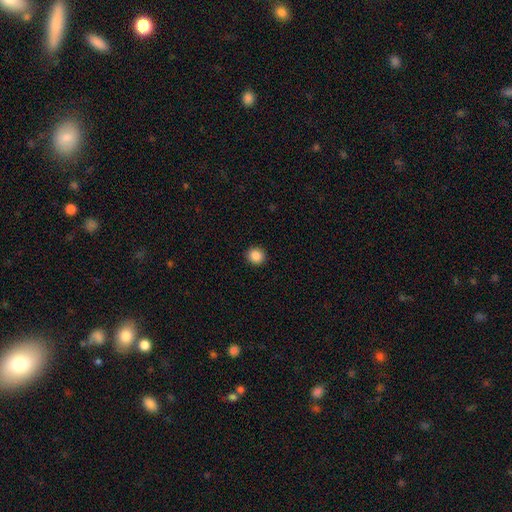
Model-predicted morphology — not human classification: type=smooth (87%); roundness=round (87%); merging=none (92%).